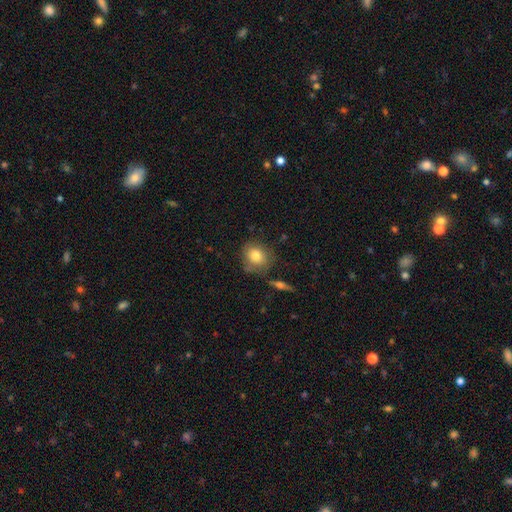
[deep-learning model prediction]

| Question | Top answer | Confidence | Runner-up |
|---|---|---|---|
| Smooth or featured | smooth | 78% | featured or disk (12%) |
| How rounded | round | 73% | in between (25%) |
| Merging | none | 73% | minor disturbance (17%) |